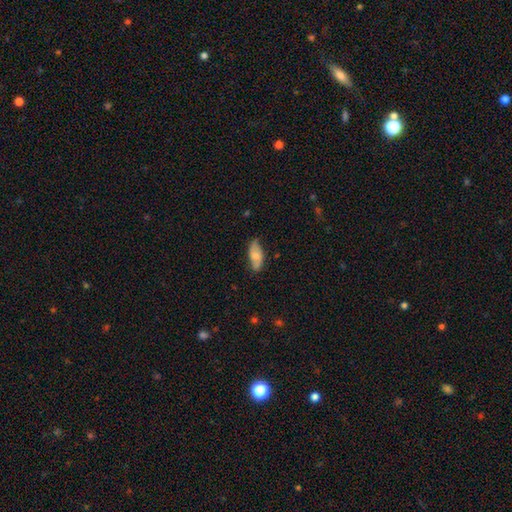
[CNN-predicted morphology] Overall: smooth (54%; featured or disk 39%). How rounded: in between (85%). Merging: none (69%).